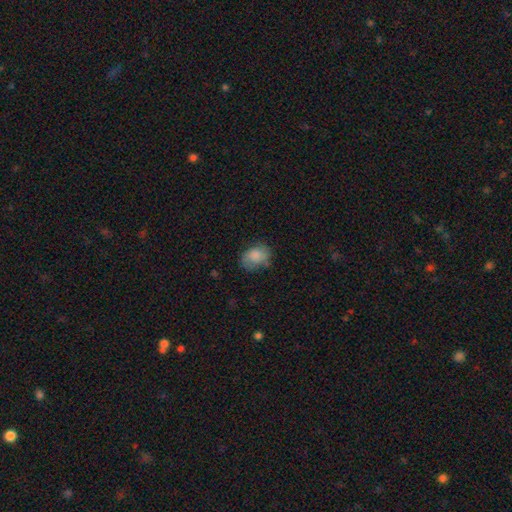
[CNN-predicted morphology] A smooth galaxy with no disk features (78%) that is in between round and cigar-shaped (69%). Merging: none (64%).